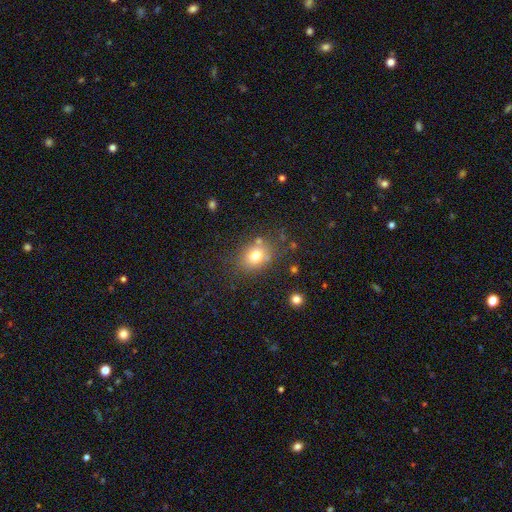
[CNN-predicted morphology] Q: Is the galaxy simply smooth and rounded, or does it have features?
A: smooth — 76%.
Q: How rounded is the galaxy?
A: round — 52%.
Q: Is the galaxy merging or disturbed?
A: none — 76%.